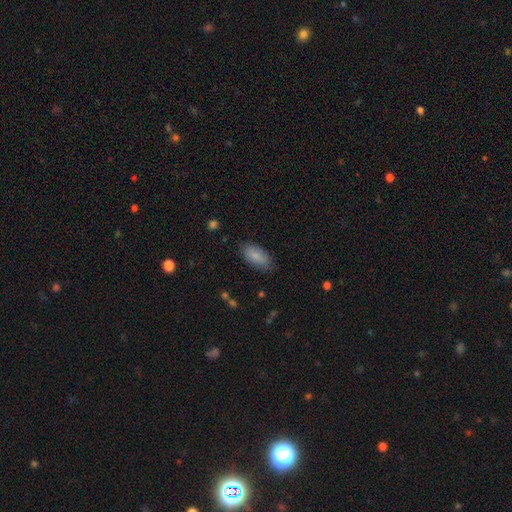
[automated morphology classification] A smooth galaxy with no disk features (87%) that is in between round and cigar-shaped (91%).

Vote fractions:
- Smooth or featured? smooth: 87% / star or artifact: 7% / featured or disk: 6%
- How rounded? in between: 91% / cigar-shaped: 6% / round: 3%
- Merging? none: 82% / minor disturbance: 14% / major disturbance: 3% / merger: 1%